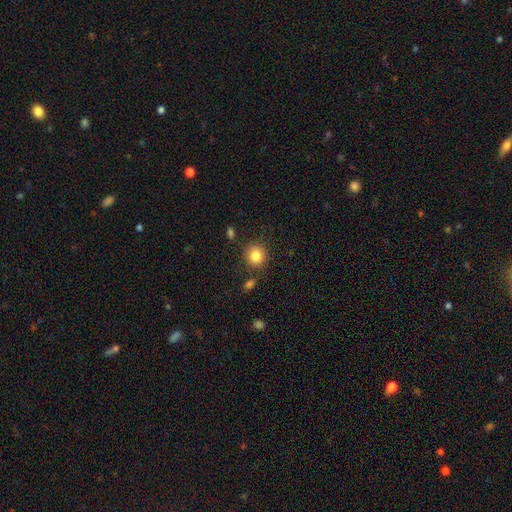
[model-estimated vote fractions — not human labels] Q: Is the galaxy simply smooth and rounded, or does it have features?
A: smooth — 84%.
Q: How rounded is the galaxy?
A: round — 88%.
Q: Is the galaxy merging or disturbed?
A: none — 84%.